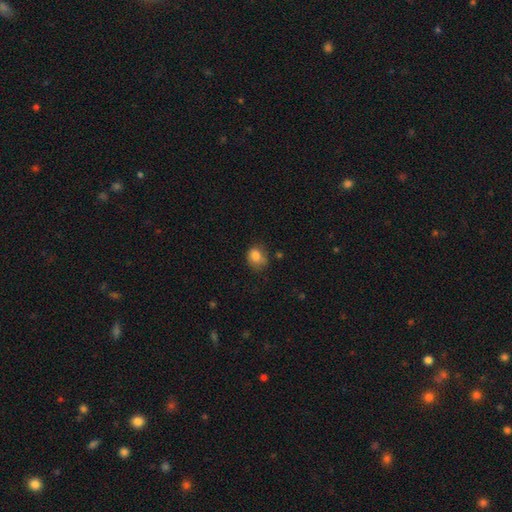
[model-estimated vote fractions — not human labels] A smooth galaxy with no disk features (81%) that is round (50%). Merging: none (54%).